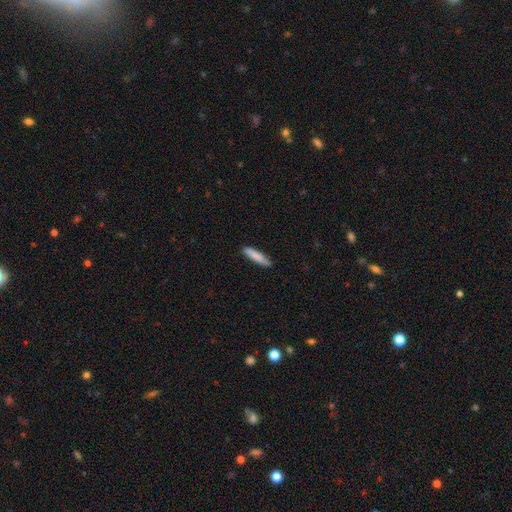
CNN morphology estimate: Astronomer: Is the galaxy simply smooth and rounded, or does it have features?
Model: smooth — 85%.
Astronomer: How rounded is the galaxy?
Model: cigar-shaped — 85%.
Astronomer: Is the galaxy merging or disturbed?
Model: none — 87%.